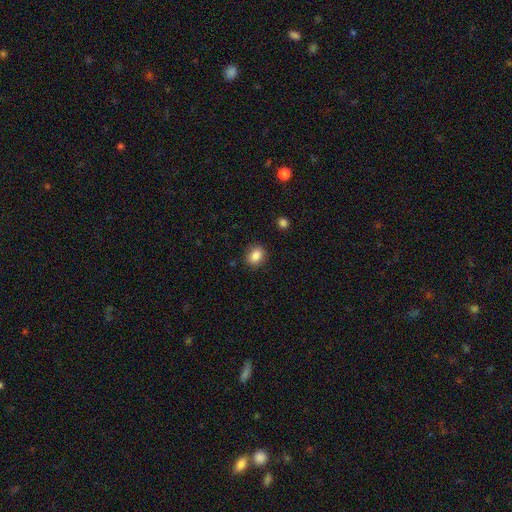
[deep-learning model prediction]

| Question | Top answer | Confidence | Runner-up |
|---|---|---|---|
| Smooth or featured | smooth | 86% | star or artifact (9%) |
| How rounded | in between | 52% | round (47%) |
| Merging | none | 87% | minor disturbance (9%) |